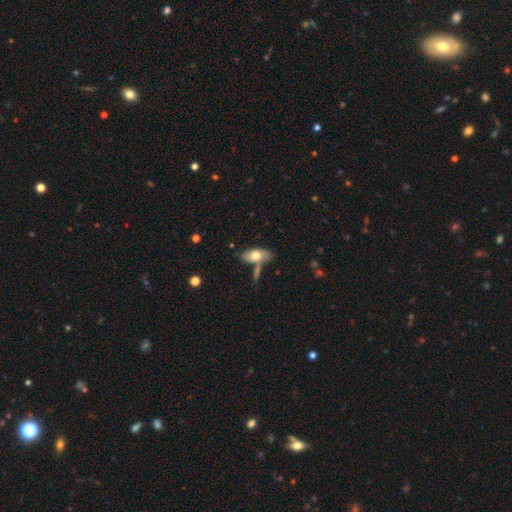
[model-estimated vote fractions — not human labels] A smooth galaxy with no disk features (68%) that is in between round and cigar-shaped (84%).

Vote fractions:
- Smooth or featured? smooth: 68% / featured or disk: 26% / star or artifact: 6%
- How rounded? in between: 84% / cigar-shaped: 12% / round: 4%
- Merging? none: 59% / merger: 18% / minor disturbance: 17% / major disturbance: 5%